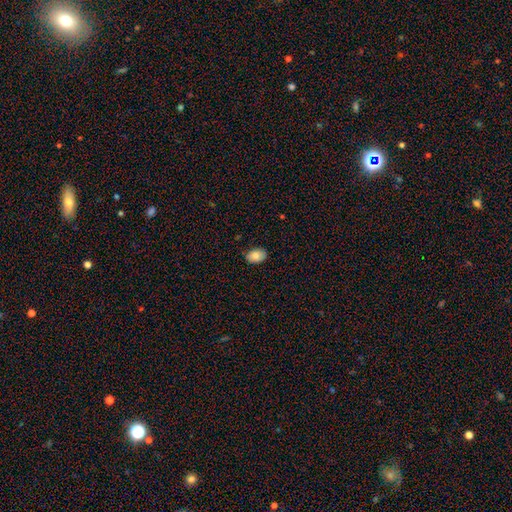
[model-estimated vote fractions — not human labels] The model was most divided on "merging": none: 81%, minor disturbance: 16%, major disturbance: 2%, merger: 1%. More confident: how rounded — in between (84%); smooth or featured — smooth (82%).